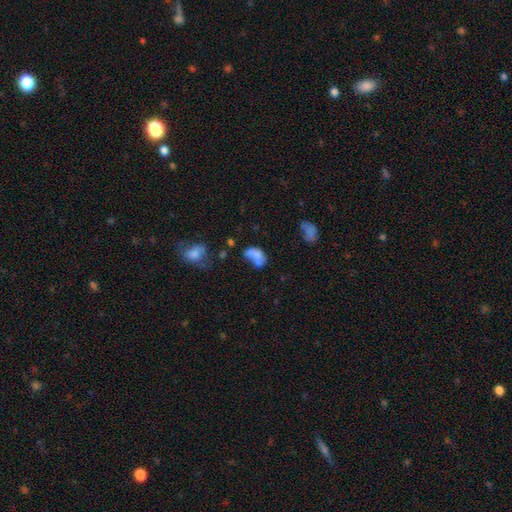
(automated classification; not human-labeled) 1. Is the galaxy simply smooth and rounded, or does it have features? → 66% smooth, 21% featured or disk, 13% star or artifact.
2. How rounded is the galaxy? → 84% in between, 14% round, 2% cigar-shaped.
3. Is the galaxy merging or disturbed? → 30% merger, 25% major disturbance, 25% none, 20% minor disturbance.